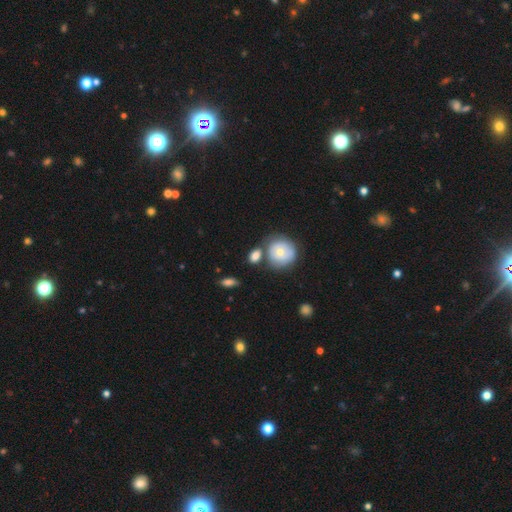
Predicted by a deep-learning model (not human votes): Smooth or featured: smooth — 68% (featured or disk — 24%)
How rounded: round — 55% (in between — 43%)
Merging: none — 56% (merger — 19%)